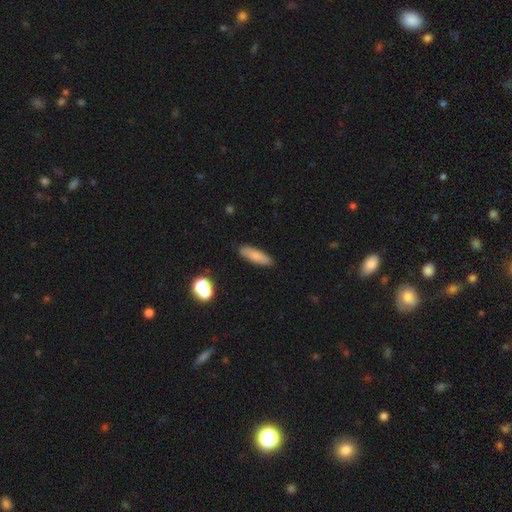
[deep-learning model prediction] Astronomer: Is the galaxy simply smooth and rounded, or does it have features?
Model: smooth — 79%.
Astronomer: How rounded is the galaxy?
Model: cigar-shaped — 59% (runner-up: in between, 39%).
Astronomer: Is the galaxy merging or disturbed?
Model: none — 87%.